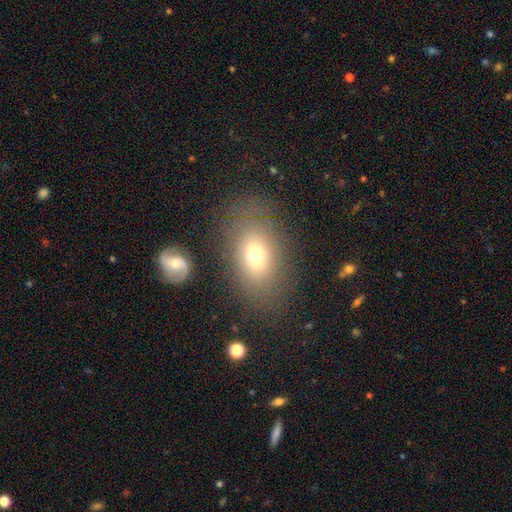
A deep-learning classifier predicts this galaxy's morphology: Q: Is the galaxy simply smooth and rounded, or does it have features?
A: smooth — 69%.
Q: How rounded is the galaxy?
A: in between — 80%.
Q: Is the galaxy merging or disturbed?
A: none — 73%.